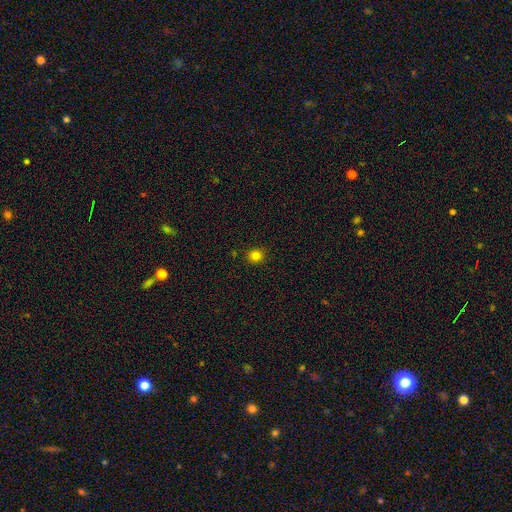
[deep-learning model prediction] Smooth or featured? Predicted: smooth (p=0.81). How rounded? Predicted: round (p=0.83). Merging? Predicted: none (p=0.89).